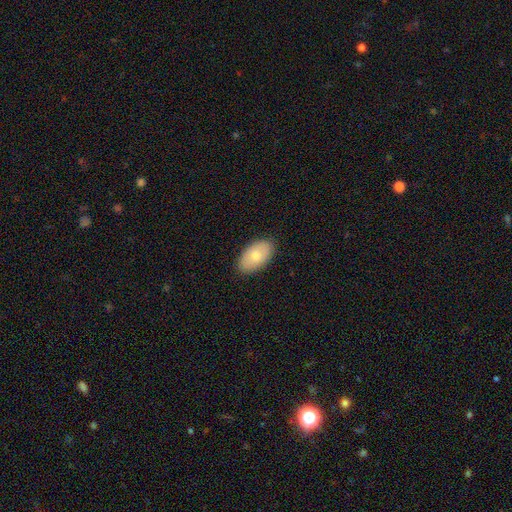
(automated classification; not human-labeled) Smooth or featured: smooth — 69% (featured or disk — 24%)
How rounded: in between — 93% (round — 5%)
Merging: none — 88% (minor disturbance — 9%)